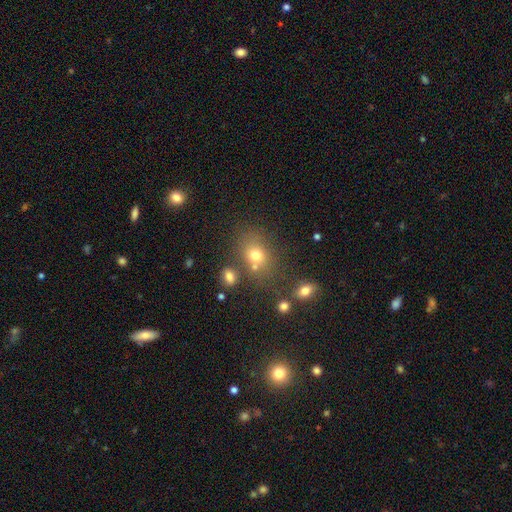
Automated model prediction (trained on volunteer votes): Q: Smooth or featured?
A: smooth (70%); runner-up: star or artifact (17%)
Q: How rounded?
A: in between (52%); runner-up: round (46%)
Q: Merging?
A: none (61%); runner-up: merger (19%)